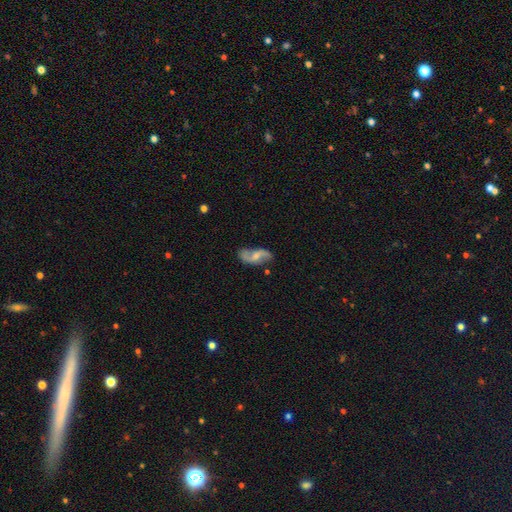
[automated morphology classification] Overall: featured or disk (75%). Edge-on disk: no (95%). Bar: weak (47%; no 39%). Spiral arms: yes (92%). Spiral arm count: 2 (91%). Spiral winding: loose (71%). Bulge size: small (44%; moderate 39%). Merging: none (73%).